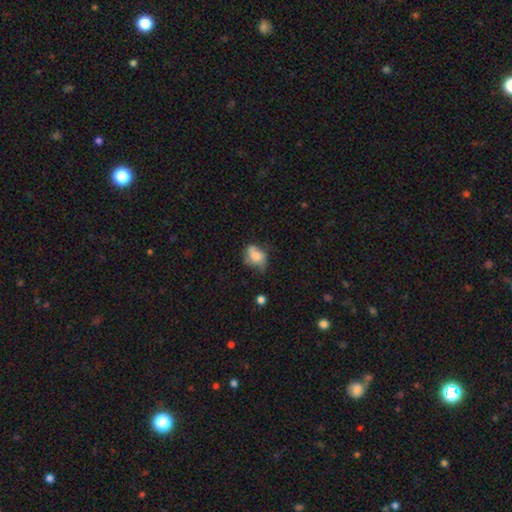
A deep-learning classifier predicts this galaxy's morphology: Smooth or featured: smooth — 64% (featured or disk — 27%)
How rounded: in between — 74% (round — 25%)
Merging: none — 40% (minor disturbance — 35%)